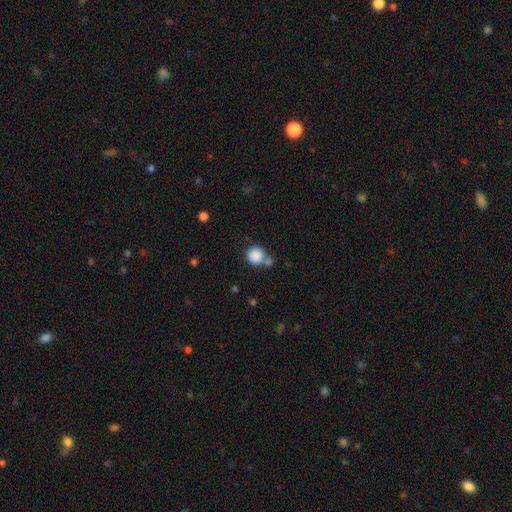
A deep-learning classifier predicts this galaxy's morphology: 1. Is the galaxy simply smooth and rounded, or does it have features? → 86% smooth, 9% star or artifact, 5% featured or disk.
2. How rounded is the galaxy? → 91% round, 8% in between, 1% cigar-shaped.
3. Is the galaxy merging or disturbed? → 58% none, 26% merger, 11% minor disturbance, 5% major disturbance.